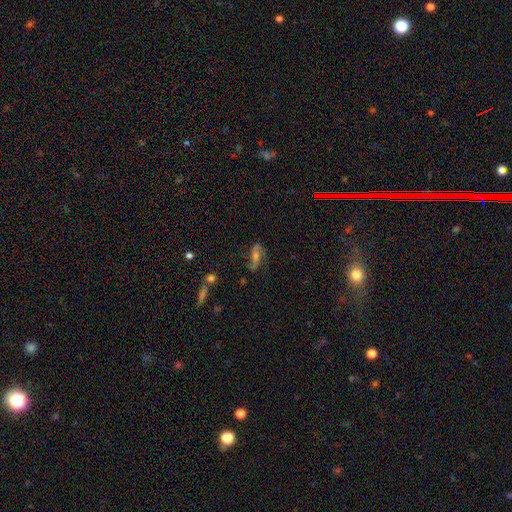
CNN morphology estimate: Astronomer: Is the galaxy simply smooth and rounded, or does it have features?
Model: featured or disk — 75%.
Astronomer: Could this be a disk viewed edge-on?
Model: no — 92%.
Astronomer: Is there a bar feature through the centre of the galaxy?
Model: weak — 38% (runner-up: no, 36%).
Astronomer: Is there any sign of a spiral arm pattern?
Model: yes — 92%.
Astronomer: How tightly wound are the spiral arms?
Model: loose — 55% (runner-up: medium, 33%).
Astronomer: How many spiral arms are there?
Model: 2 — 89%.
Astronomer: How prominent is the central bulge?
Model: moderate — 47% (runner-up: small, 38%).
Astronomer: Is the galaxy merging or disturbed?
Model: none — 70%.